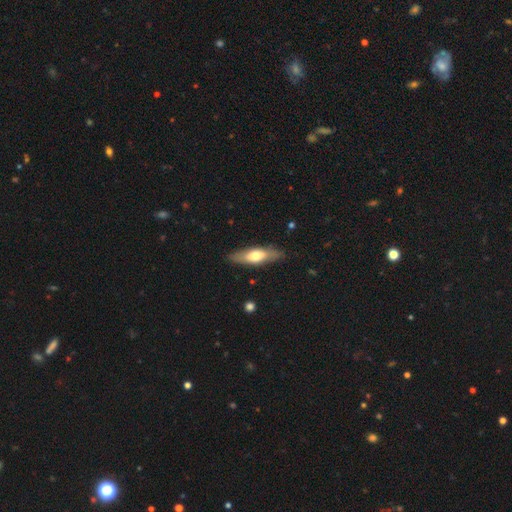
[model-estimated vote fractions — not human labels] Smooth or featured? smooth (56%)
How rounded? cigar-shaped (53%)
Merging? none (85%)